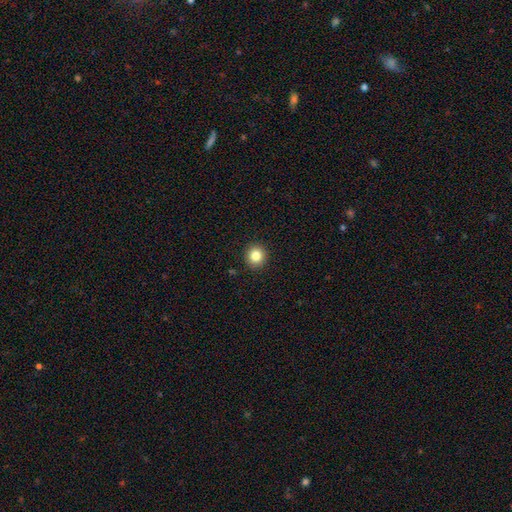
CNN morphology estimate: Smooth or featured? Predicted: smooth (p=0.84). How rounded? Predicted: round (p=0.92). Merging? Predicted: none (p=0.92).